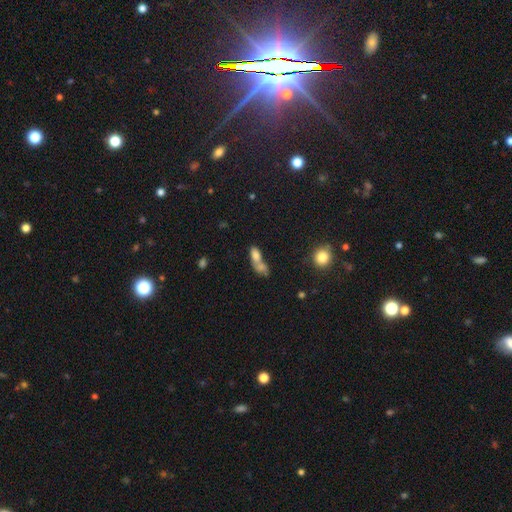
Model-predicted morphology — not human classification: A smooth galaxy with no disk features (72%) that is in between round and cigar-shaped (75%).

Vote fractions:
- Smooth or featured? smooth: 72% / featured or disk: 17% / star or artifact: 12%
- How rounded? in between: 75% / cigar-shaped: 13% / round: 13%
- Merging? merger: 66% / none: 19% / minor disturbance: 8% / major disturbance: 7%